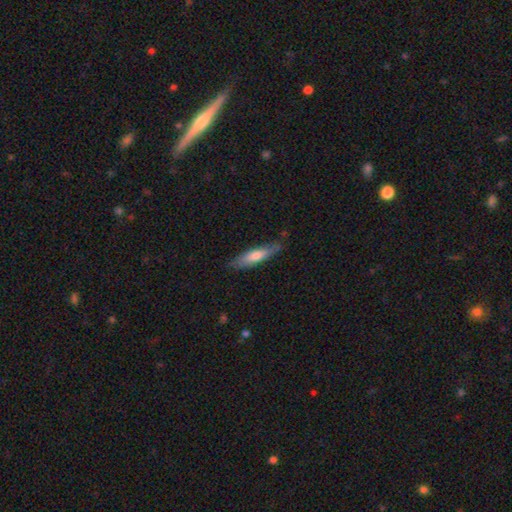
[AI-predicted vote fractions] The model was most divided on "smooth or featured": smooth: 65%, featured or disk: 29%, star or artifact: 5%. More confident: merging — none (77%); how rounded — cigar-shaped (74%).